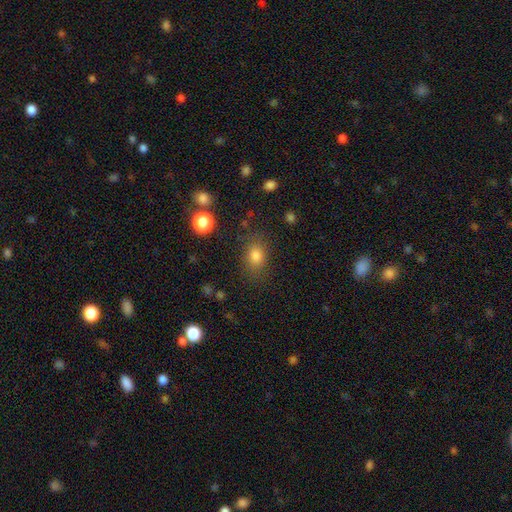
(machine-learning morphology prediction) smooth 81%, star or artifact 12%, featured or disk 7%. Down the decision tree: how rounded — in between (64%); merging — none (79%).